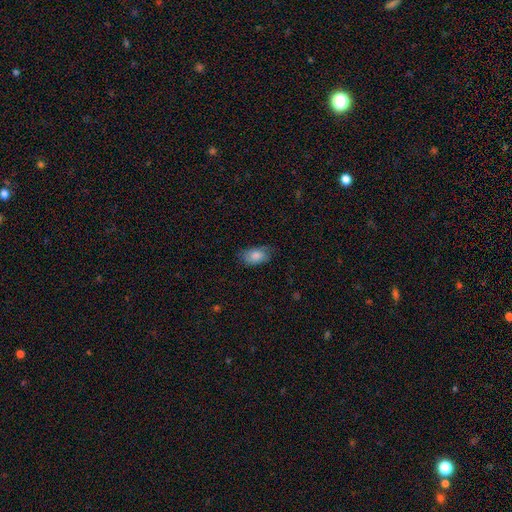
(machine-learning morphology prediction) Smooth or featured? Predicted: smooth (p=0.82). How rounded? Predicted: in between (p=0.91). Merging? Predicted: none (p=0.71).